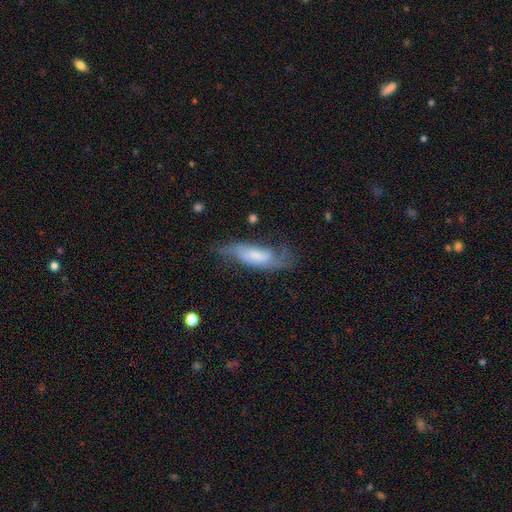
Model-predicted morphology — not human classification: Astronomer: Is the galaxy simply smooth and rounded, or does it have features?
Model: featured or disk — 56% (runner-up: smooth, 37%).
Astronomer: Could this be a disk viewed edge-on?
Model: no — 79%.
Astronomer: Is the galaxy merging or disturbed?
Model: none — 49% (runner-up: minor disturbance, 28%).